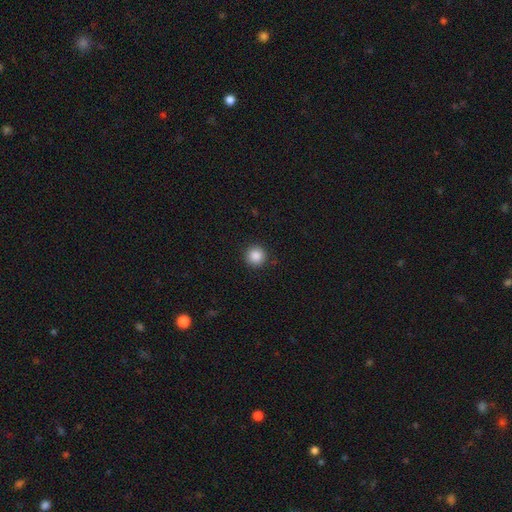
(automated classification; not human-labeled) Q: Smooth or featured?
A: smooth (88%); runner-up: star or artifact (9%)
Q: How rounded?
A: round (95%); runner-up: in between (4%)
Q: Merging?
A: none (92%); runner-up: minor disturbance (6%)